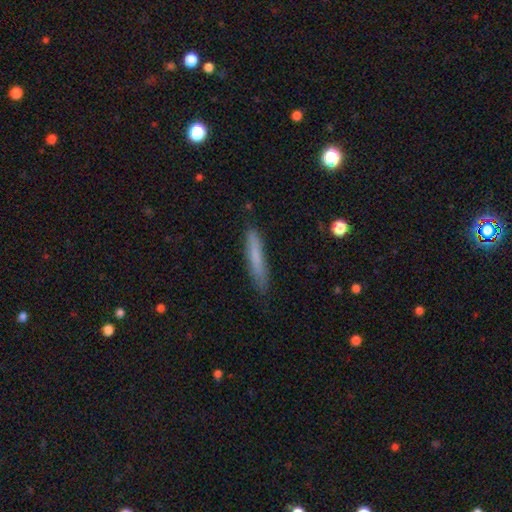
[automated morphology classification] Smooth or featured? Predicted: smooth (p=0.72). How rounded? Predicted: cigar-shaped (p=0.94). Merging? Predicted: none (p=0.86).